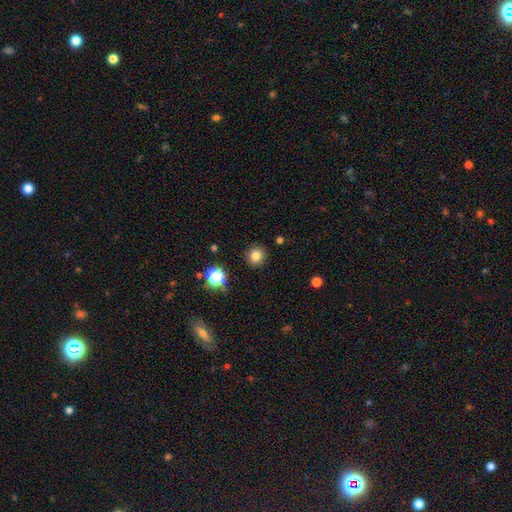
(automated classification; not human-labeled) Overall: smooth (81%). How rounded: round (92%). Merging: none (91%).